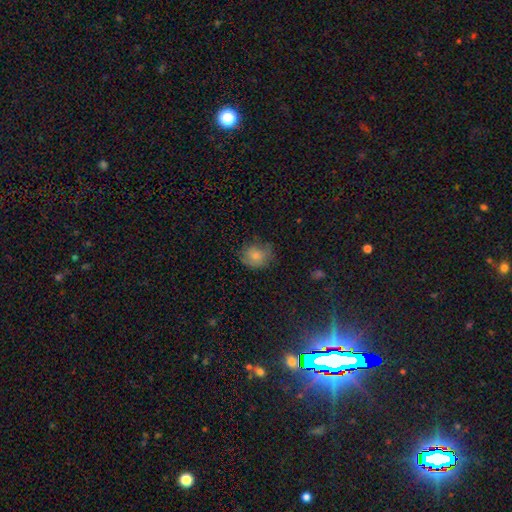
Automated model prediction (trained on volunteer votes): Morphology: type=smooth (74%); roundness=round (66%); merging=none (66%).